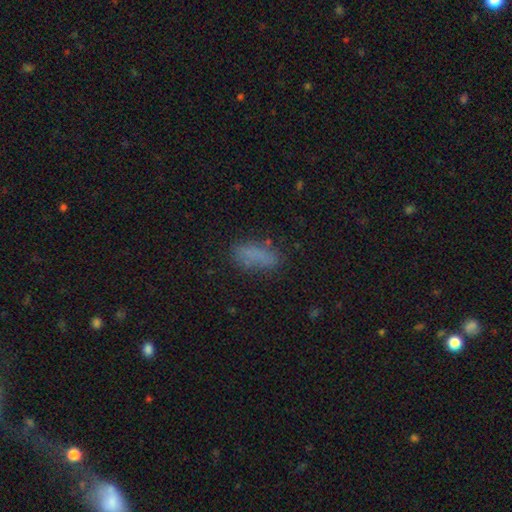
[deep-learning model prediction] Smooth or featured? Predicted: smooth (p=0.77). How rounded? Predicted: in between (p=0.71). Merging? Predicted: none (p=0.72).